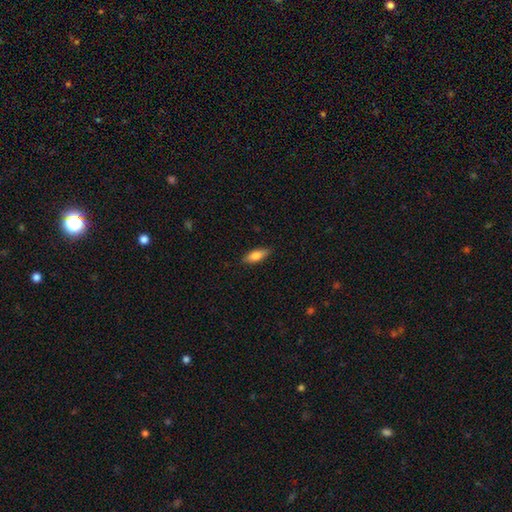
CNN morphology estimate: Smooth or featured? smooth (77%)
How rounded? in between (70%)
Merging? none (87%)